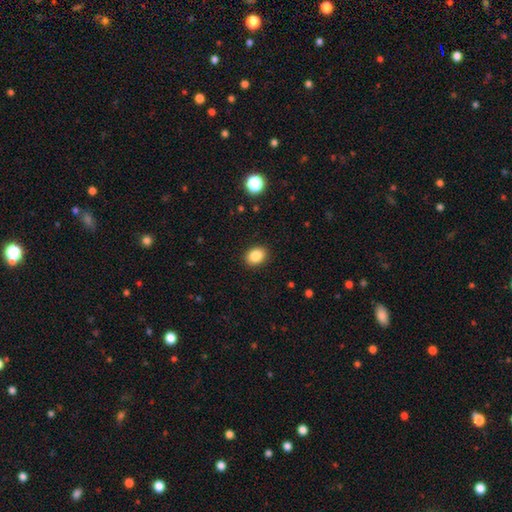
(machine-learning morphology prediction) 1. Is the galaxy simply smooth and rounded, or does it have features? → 86% smooth, 9% star or artifact, 5% featured or disk.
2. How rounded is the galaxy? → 66% in between, 34% round, 1% cigar-shaped.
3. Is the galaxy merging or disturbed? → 90% none, 7% minor disturbance, 2% major disturbance, 1% merger.